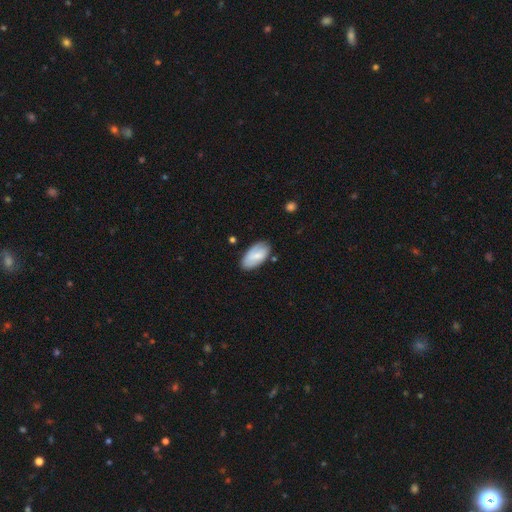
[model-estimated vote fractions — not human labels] A smooth galaxy with no disk features (66%) that is in between round and cigar-shaped (94%).

Vote fractions:
- Smooth or featured? smooth: 66% / featured or disk: 28% / star or artifact: 6%
- How rounded? in between: 94% / cigar-shaped: 3% / round: 3%
- Merging? none: 73% / minor disturbance: 20% / major disturbance: 4% / merger: 3%